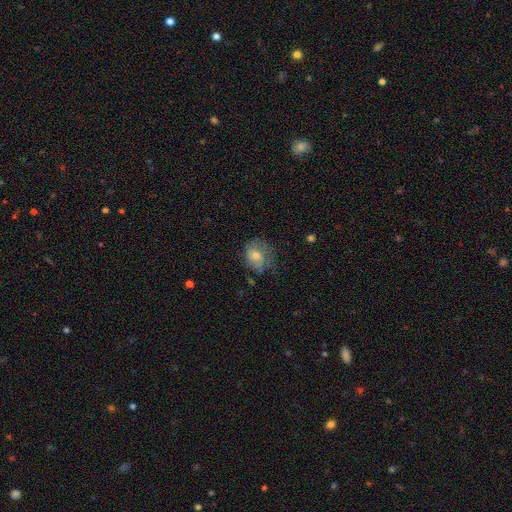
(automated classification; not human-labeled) smooth-or-featured: smooth: 62% | featured or disk: 29% | star or artifact: 9%
  how-rounded: round: 57% | in between: 42% | cigar-shaped: 1%
  merging: none: 47% | minor disturbance: 30% | major disturbance: 21% | merger: 3%